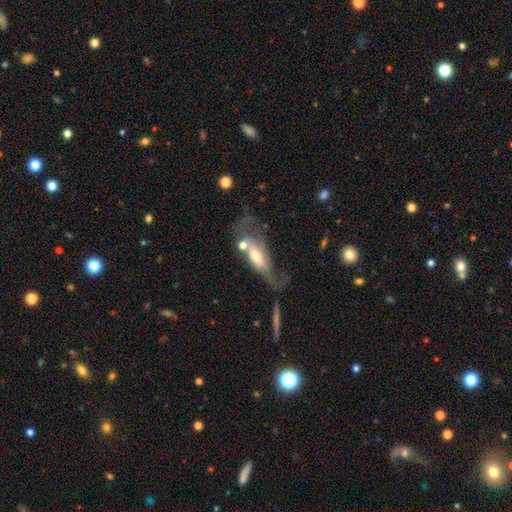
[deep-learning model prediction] smooth-or-featured: featured or disk: 49% | smooth: 44% | star or artifact: 8%
  merging: none: 29% | major disturbance: 28% | merger: 23% | minor disturbance: 19%